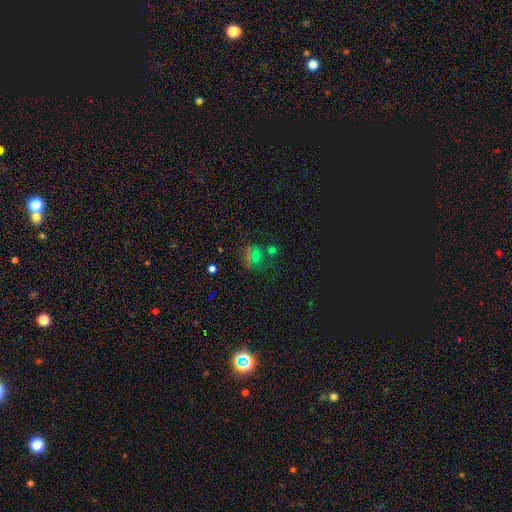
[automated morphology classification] smooth_or_featured: star or artifact (p=0.48) [alt: smooth p=0.39]